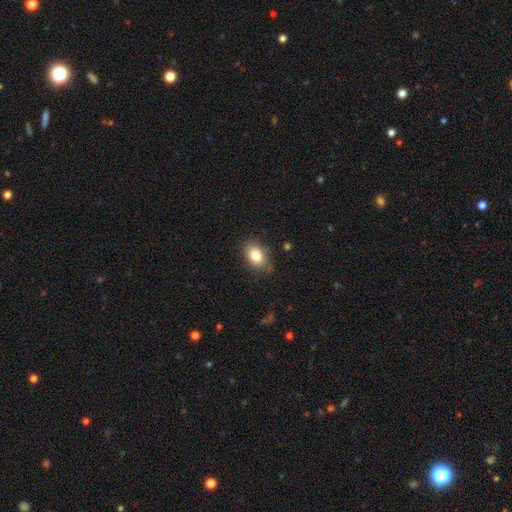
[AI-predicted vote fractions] This is clearly a smooth galaxy (83%). How rounded: clearly in between (84%). Merging: clearly none (83%).